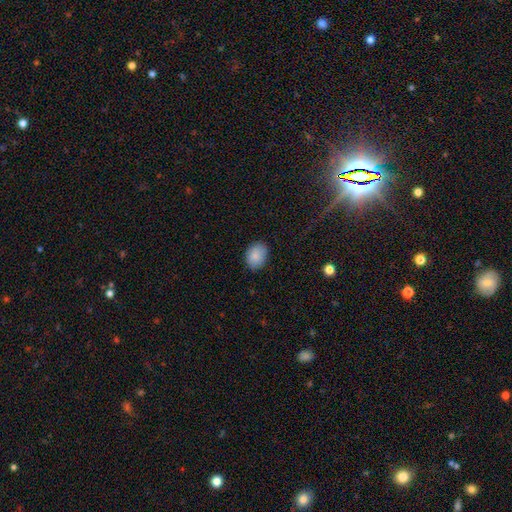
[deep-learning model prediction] Smooth or featured?
  - smooth: 87% *
  - star or artifact: 7%
  - featured or disk: 6%
How rounded?
  - in between: 68% *
  - round: 31%
  - cigar-shaped: 1%
Merging?
  - none: 83% *
  - minor disturbance: 13%
  - major disturbance: 3%
  - merger: 1%